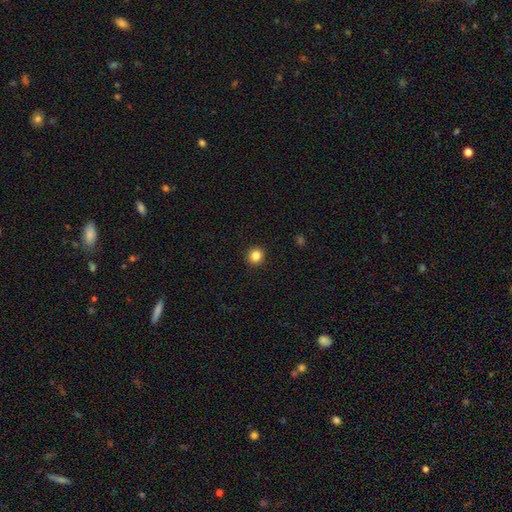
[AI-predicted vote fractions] smooth_or_featured: smooth (p=0.84) [alt: star or artifact p=0.11]
how_rounded: round (p=0.92) [alt: in between p=0.07]
merging: none (p=0.92) [alt: minor disturbance p=0.05]